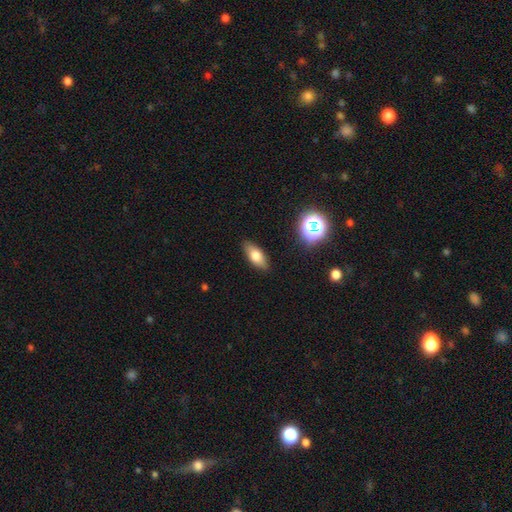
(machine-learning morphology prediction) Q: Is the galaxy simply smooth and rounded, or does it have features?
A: smooth — 73%.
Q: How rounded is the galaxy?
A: in between — 82%.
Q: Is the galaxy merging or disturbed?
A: none — 87%.